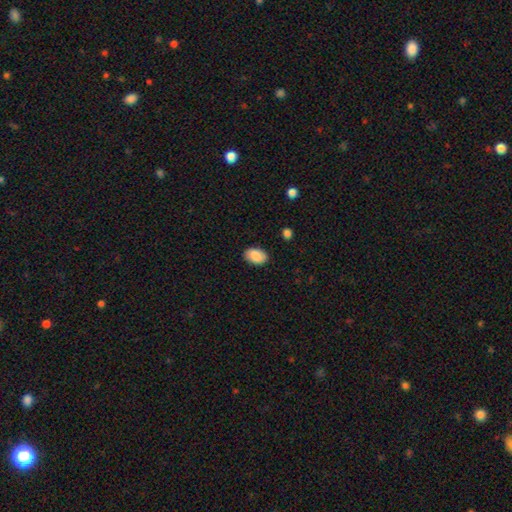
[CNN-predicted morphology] smooth_or_featured: smooth (p=0.87) [alt: star or artifact p=0.07]
how_rounded: in between (p=0.88) [alt: round p=0.11]
merging: none (p=0.87) [alt: minor disturbance p=0.10]